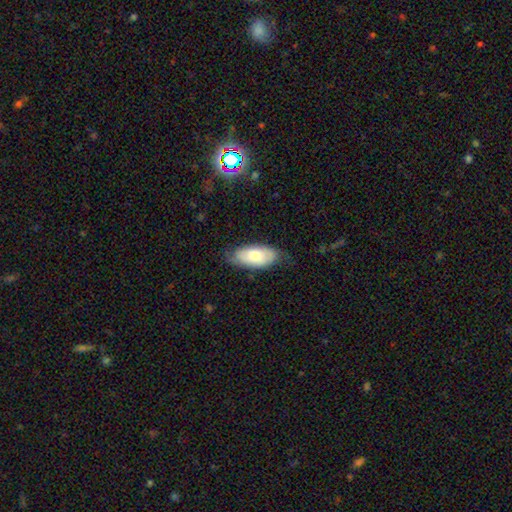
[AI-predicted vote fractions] smooth_or_featured: smooth (p=0.72) [alt: featured or disk p=0.23]
how_rounded: in between (p=0.91) [alt: cigar-shaped p=0.07]
merging: none (p=0.69) [alt: minor disturbance p=0.25]